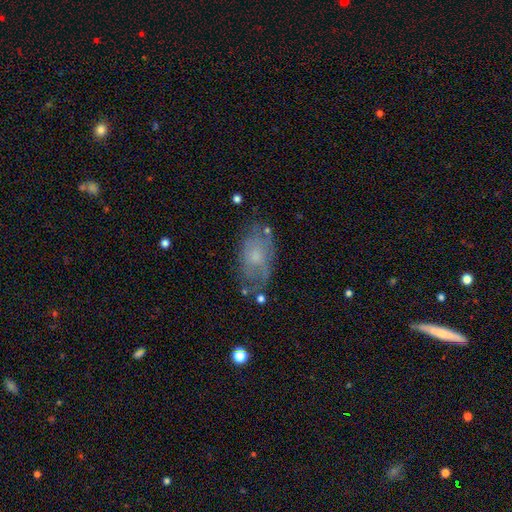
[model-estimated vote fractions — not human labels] This is possibly a featured or disk galaxy (53%). It is clearly not viewed edge-on (93%). Merging: possibly none (59%).